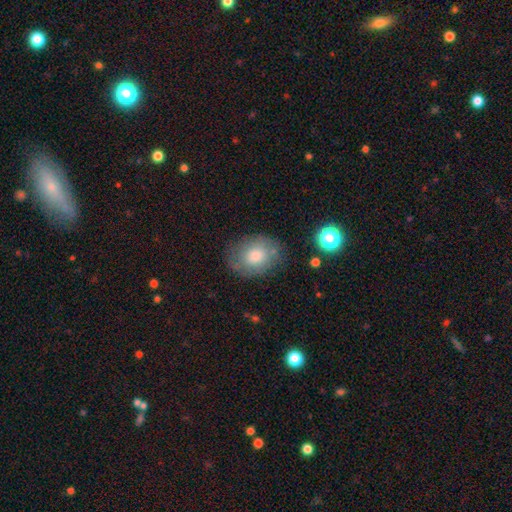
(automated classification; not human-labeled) Smooth or featured? Predicted: smooth (p=0.63). How rounded? Predicted: in between (p=0.56). Merging? Predicted: none (p=0.74).